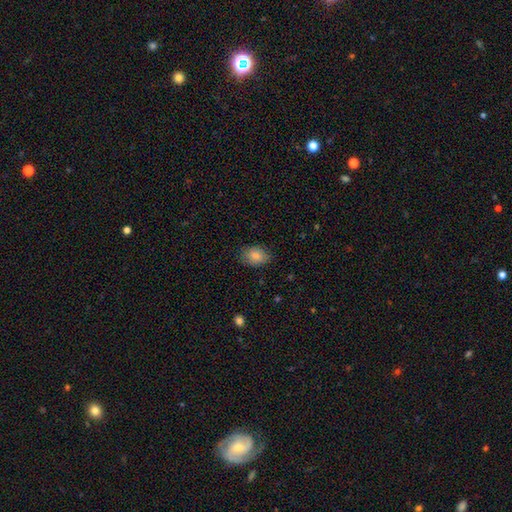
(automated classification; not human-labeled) Smooth or featured? smooth (84%)
How rounded? in between (77%)
Merging? none (80%)